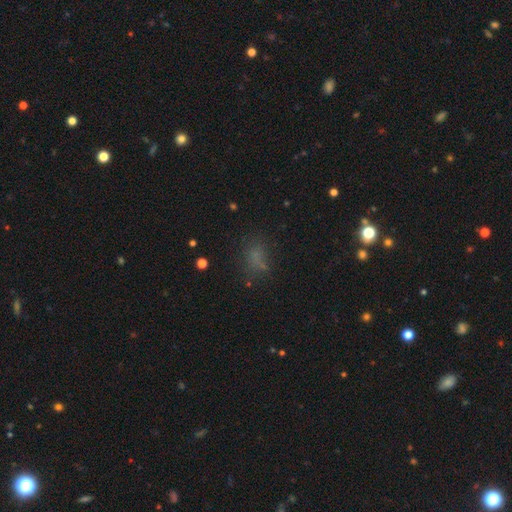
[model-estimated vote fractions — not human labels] Smooth or featured? Predicted: smooth (p=0.62). How rounded? Predicted: in between (p=0.69). Merging? Predicted: none (p=0.64).